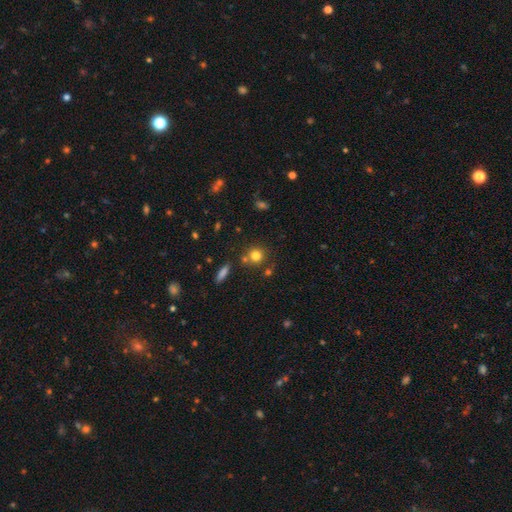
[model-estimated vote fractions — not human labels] smooth 78%, star or artifact 14%, featured or disk 8%. Down the decision tree: how rounded — round (88%); merging — none (72%).